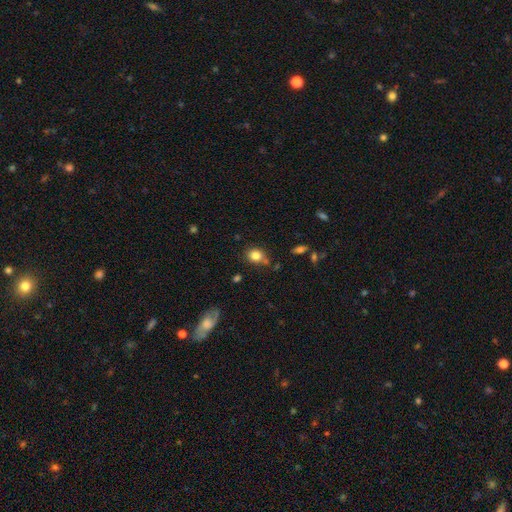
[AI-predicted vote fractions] Smooth or featured: smooth — 83% (star or artifact — 11%)
How rounded: round — 66% (in between — 33%)
Merging: none — 70% (minor disturbance — 16%)